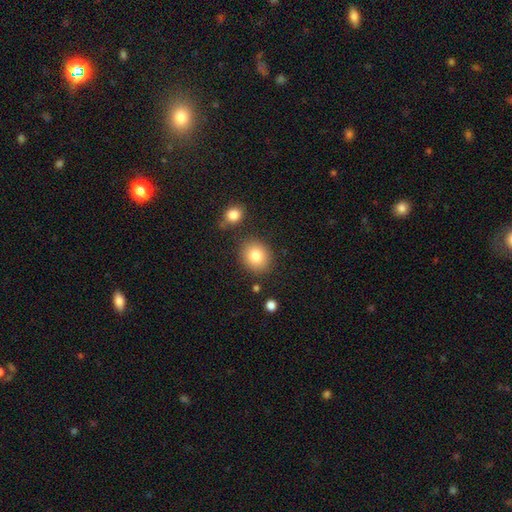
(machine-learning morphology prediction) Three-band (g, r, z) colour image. It shows a smooth galaxy with no disk features (83%) that is round (72%). Merging: none (81%).